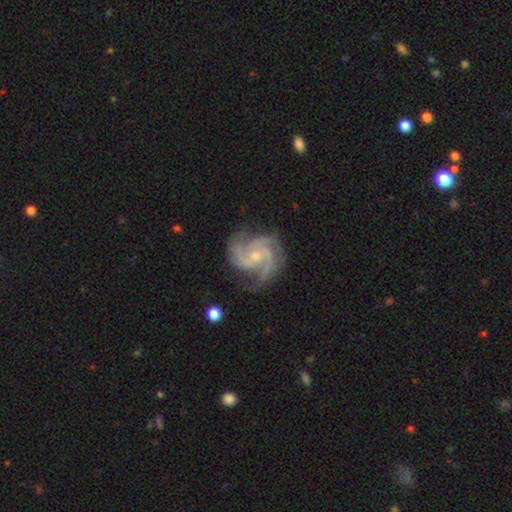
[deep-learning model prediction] smooth_or_featured: featured or disk (p=0.92) [alt: star or artifact p=0.04]
disk_edge_on: no (p=0.98) [alt: yes p=0.02]
bar: no (p=0.62) [alt: weak p=0.31]
has_spiral_arms: yes (p=0.99) [alt: no p=0.01]
spiral_winding: medium (p=0.53) [alt: tight p=0.39]
spiral_arm_count: 3 (p=0.66) [alt: 4 p=0.11]
bulge_size: small (p=0.67) [alt: moderate p=0.28]
merging: none (p=0.75) [alt: minor disturbance p=0.17]